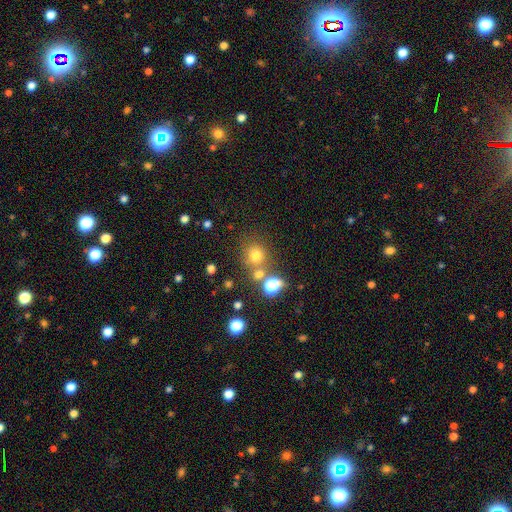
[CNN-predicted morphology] Q: Smooth or featured?
A: smooth (71%); runner-up: star or artifact (21%)
Q: How rounded?
A: round (87%); runner-up: in between (12%)
Q: Merging?
A: none (68%); runner-up: merger (17%)